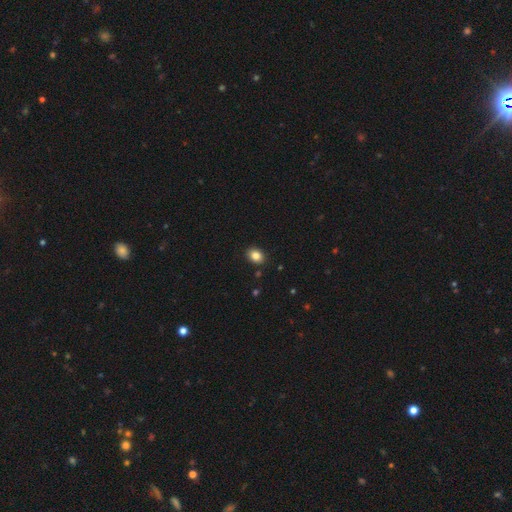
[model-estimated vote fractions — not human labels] This appears to be a smooth galaxy with no disk features (85%) that is in between round and cigar-shaped (61%). Merging: none (89%).